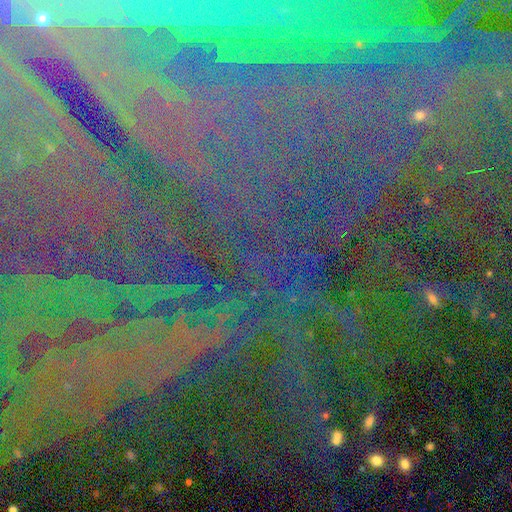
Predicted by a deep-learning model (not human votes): The model was most divided on "smooth or featured": star or artifact: 82%, featured or disk: 10%, smooth: 8%.